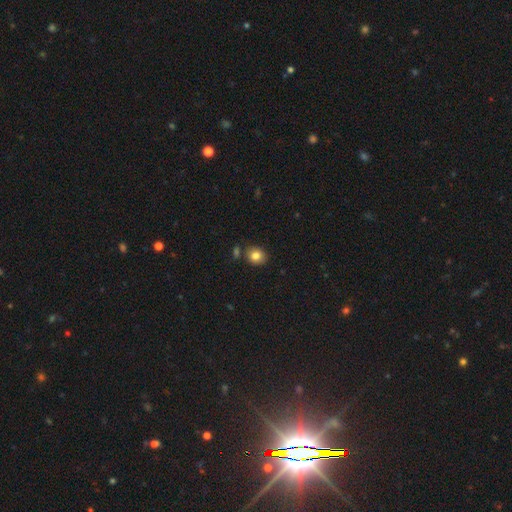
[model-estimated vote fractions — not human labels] Smooth or featured? smooth (82%)
How rounded? round (67%)
Merging? none (78%)